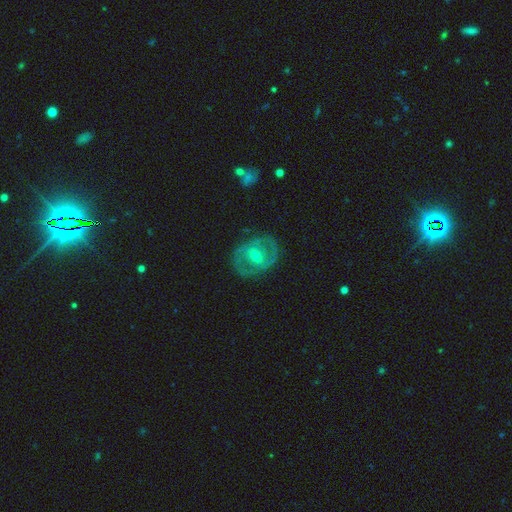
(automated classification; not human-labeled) Q: Smooth or featured?
A: featured or disk (79%); runner-up: smooth (15%)
Q: Edge-on disk?
A: no (96%); runner-up: yes (4%)
Q: Bar?
A: weak (44%); runner-up: no (31%)
Q: Spiral arms?
A: yes (79%); runner-up: no (21%)
Q: Spiral winding?
A: medium (46%); runner-up: tight (39%)
Q: Spiral arm count?
A: 2 (77%); runner-up: can't tell (13%)
Q: Bulge size?
A: small (50%); runner-up: moderate (47%)
Q: Merging?
A: none (77%); runner-up: minor disturbance (15%)